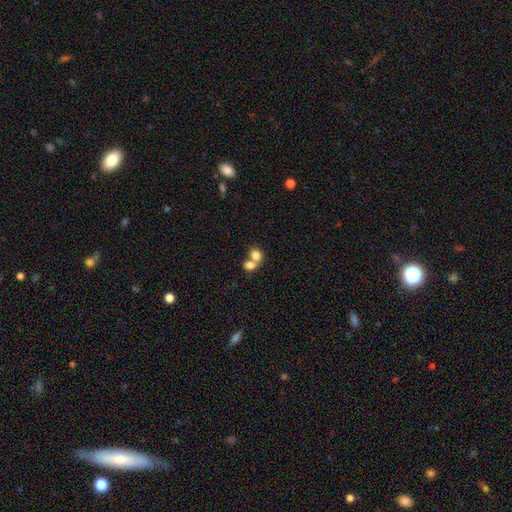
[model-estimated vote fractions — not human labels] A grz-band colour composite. It shows a smooth galaxy with no disk features (79%) that is in between round and cigar-shaped (50%). Merging: merger (65%).